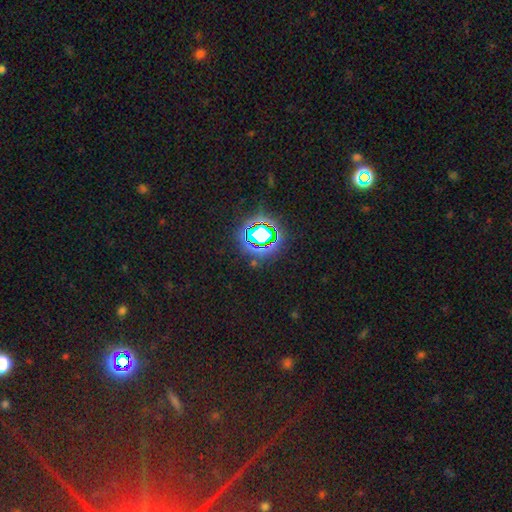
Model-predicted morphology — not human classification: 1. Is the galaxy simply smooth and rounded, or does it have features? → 78% star or artifact, 14% smooth, 8% featured or disk.